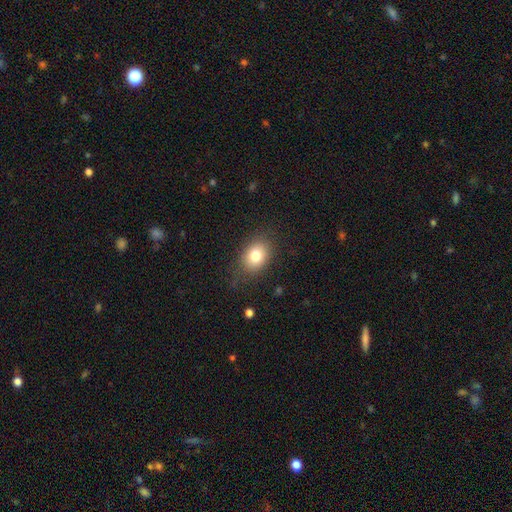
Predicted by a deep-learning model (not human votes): Overall: smooth (79%). How rounded: in between (61%; round 38%). Merging: none (80%).